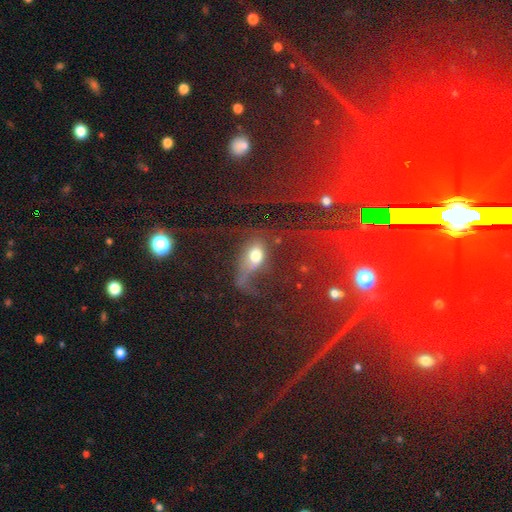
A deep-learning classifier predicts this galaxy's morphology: This appears to be a smooth galaxy with no disk features (45%). Merging: major disturbance (43%).